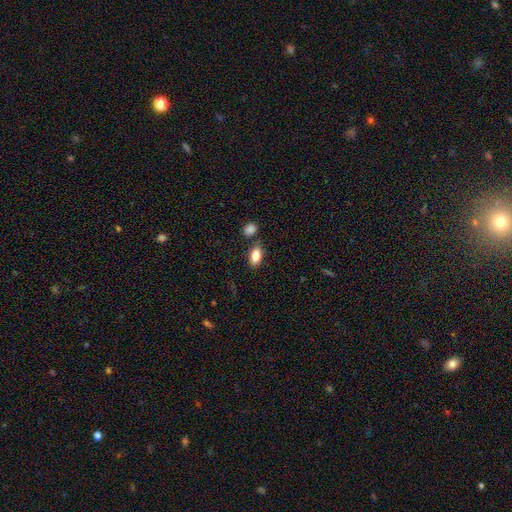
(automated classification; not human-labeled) smooth_or_featured: smooth (p=0.84) [alt: featured or disk p=0.09]
how_rounded: in between (p=0.88) [alt: cigar-shaped p=0.06]
merging: none (p=0.75) [alt: minor disturbance p=0.12]